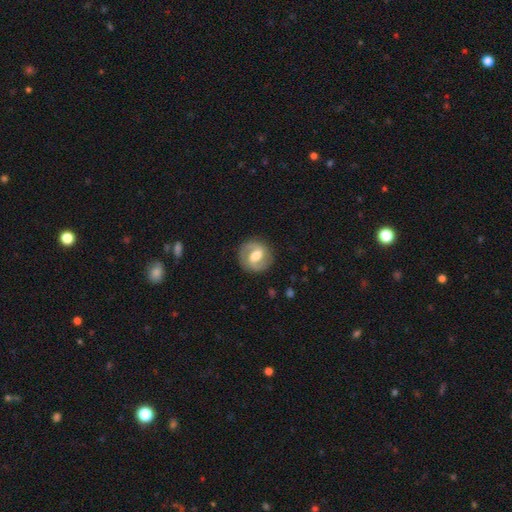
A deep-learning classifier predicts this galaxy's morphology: type=featured or disk (74%); edge-on=no (97%); bar=weak (48%); spiral arms=yes (87%); winding=medium (48%); arm count=2 (88%); bulge=moderate (64%); merging=none (85%).